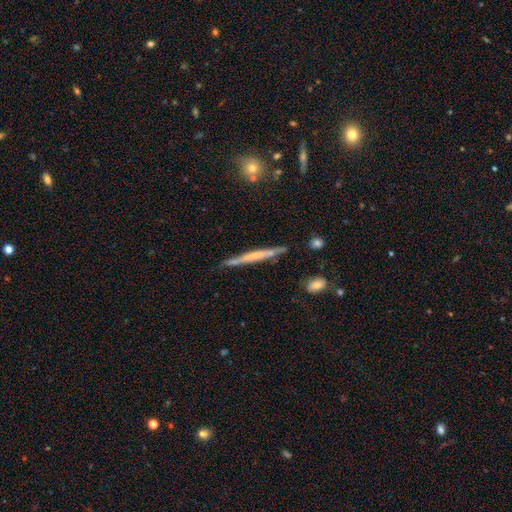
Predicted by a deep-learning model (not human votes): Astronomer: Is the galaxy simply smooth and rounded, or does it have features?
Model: featured or disk — 57% (runner-up: smooth, 37%).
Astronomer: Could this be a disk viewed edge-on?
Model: yes — 94%.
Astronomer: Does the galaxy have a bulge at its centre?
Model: none — 70%.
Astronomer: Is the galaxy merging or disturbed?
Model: none — 79%.